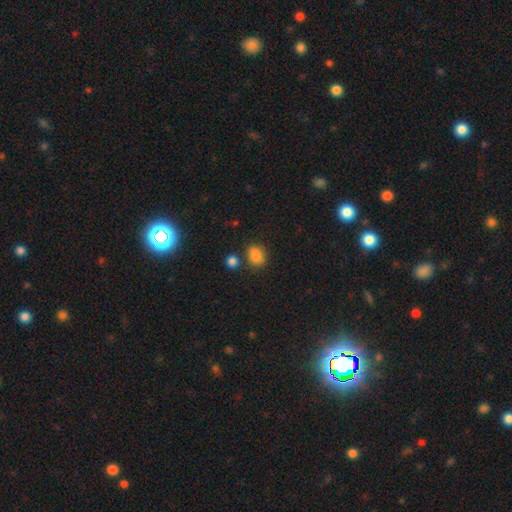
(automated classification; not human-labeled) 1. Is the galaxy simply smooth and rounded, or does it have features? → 82% smooth, 12% star or artifact, 6% featured or disk.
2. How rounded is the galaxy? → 53% in between, 46% round, 1% cigar-shaped.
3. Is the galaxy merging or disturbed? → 69% none, 16% minor disturbance, 10% merger, 5% major disturbance.